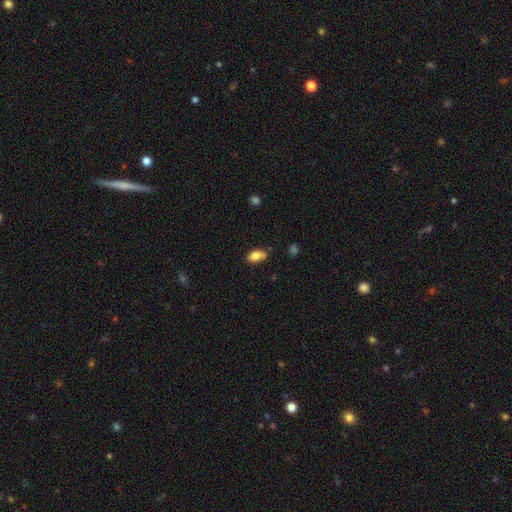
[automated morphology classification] Overall: smooth (81%). How rounded: in between (89%). Merging: none (67%).